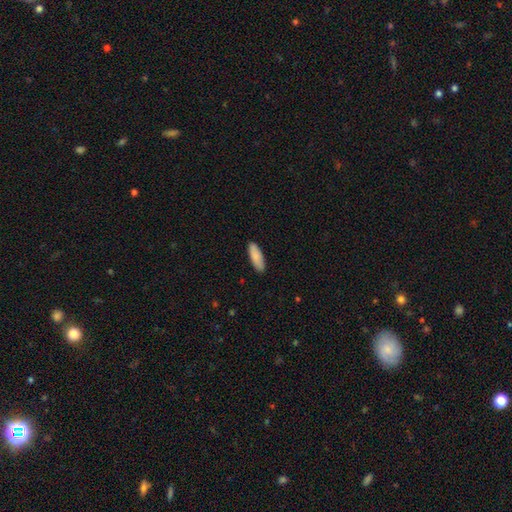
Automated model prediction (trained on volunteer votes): Smooth or featured? Predicted: smooth (p=0.87). How rounded? Predicted: in between (p=0.65). Merging? Predicted: none (p=0.89).